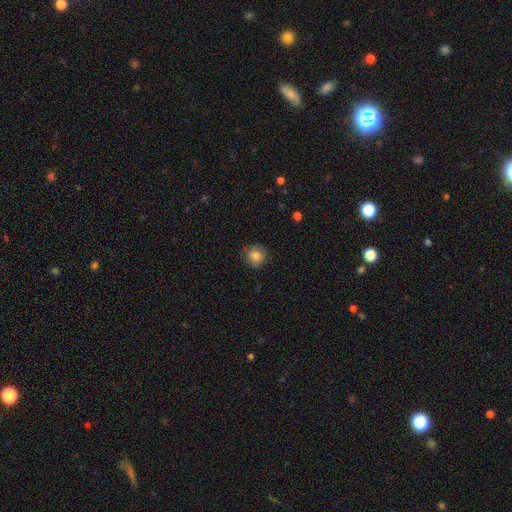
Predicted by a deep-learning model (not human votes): Q: Smooth or featured?
A: smooth (84%); runner-up: star or artifact (9%)
Q: How rounded?
A: round (89%); runner-up: in between (10%)
Q: Merging?
A: none (81%); runner-up: minor disturbance (14%)